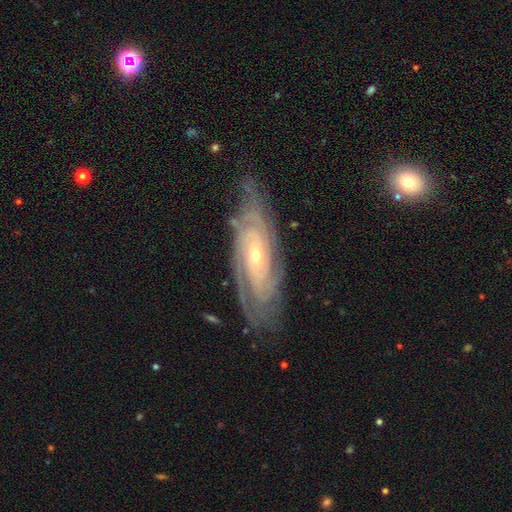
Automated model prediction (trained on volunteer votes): A featured or disk galaxy (87%) with no bar (62%), tight (76%) spiral arms (97%) and a small central bulge (67%). Merging: none (77%).